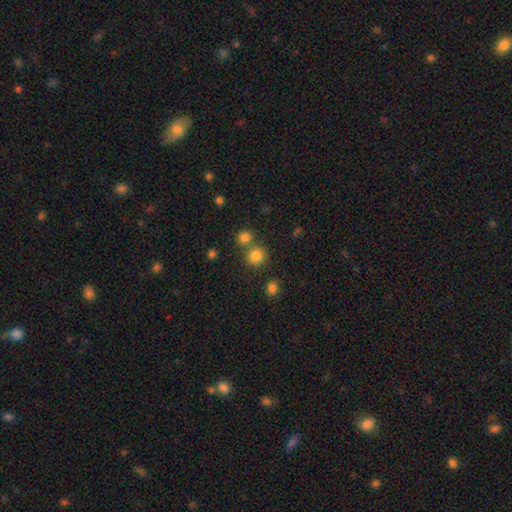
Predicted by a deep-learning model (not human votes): This appears to be a smooth galaxy with no disk features (81%) that is round (91%). Merging: none (71%).